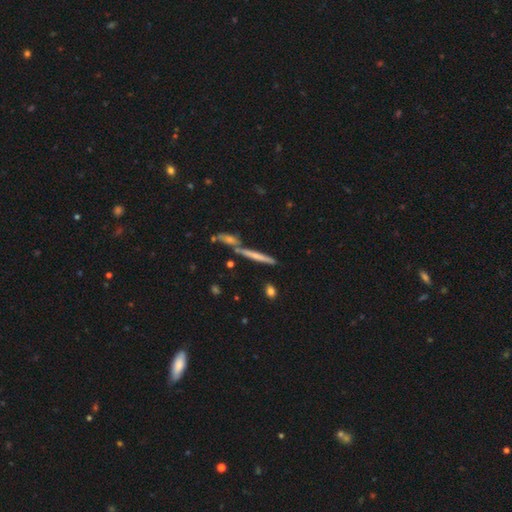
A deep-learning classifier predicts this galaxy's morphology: This is possibly a smooth galaxy (49%). Merging: likely none (69%).